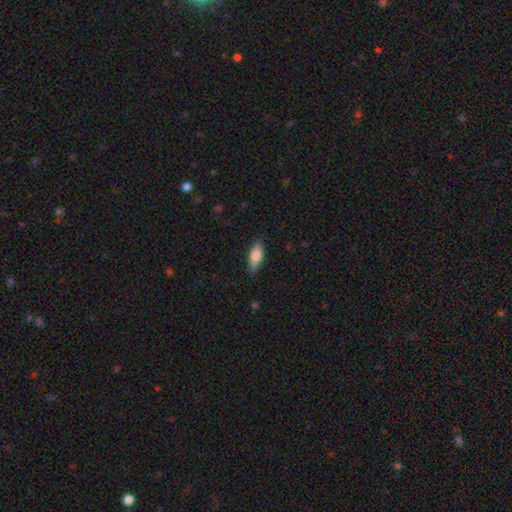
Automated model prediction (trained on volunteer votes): Q: Smooth or featured?
A: smooth (75%); runner-up: featured or disk (19%)
Q: How rounded?
A: in between (73%); runner-up: cigar-shaped (25%)
Q: Merging?
A: none (86%); runner-up: minor disturbance (11%)